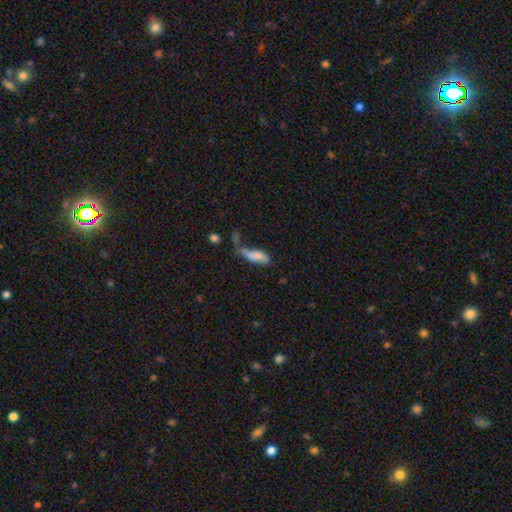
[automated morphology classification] Smooth or featured? Predicted: smooth (p=0.69). How rounded? Predicted: in between (p=0.60). Merging? Predicted: major disturbance (p=0.27).